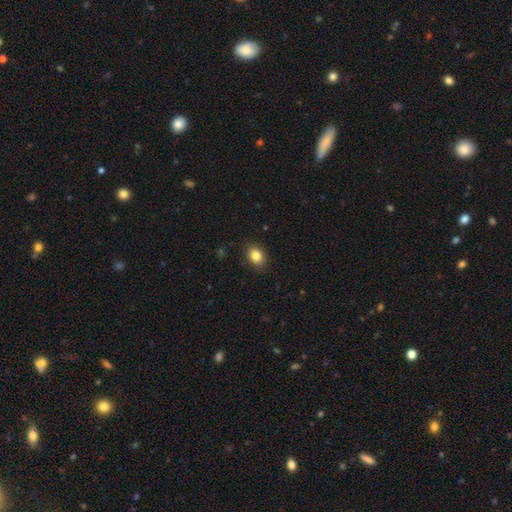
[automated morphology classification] Smooth or featured: smooth — 85% (star or artifact — 9%)
How rounded: in between — 60% (round — 39%)
Merging: none — 86% (minor disturbance — 11%)